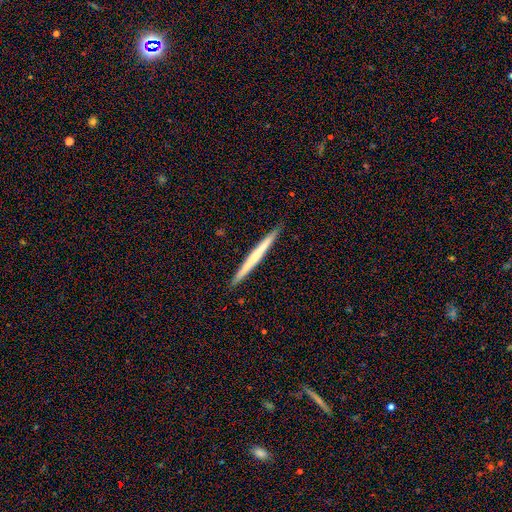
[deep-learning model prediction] Smooth or featured: featured or disk — 48% (smooth — 46%)
Merging: none — 92% (minor disturbance — 6%)